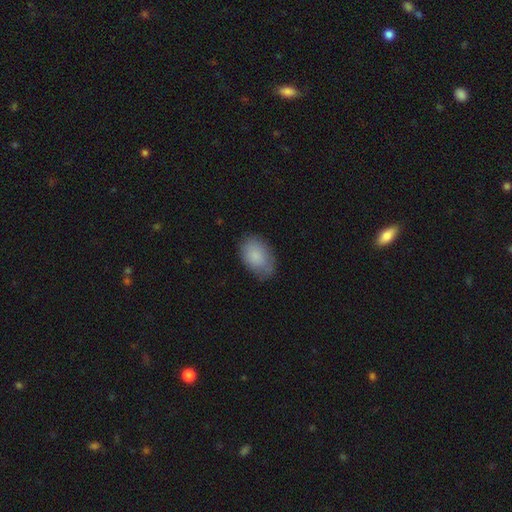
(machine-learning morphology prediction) Smooth or featured?
  - smooth: 83% *
  - featured or disk: 10%
  - star or artifact: 7%
How rounded?
  - in between: 87% *
  - round: 12%
  - cigar-shaped: 1%
Merging?
  - none: 68% *
  - minor disturbance: 25%
  - major disturbance: 6%
  - merger: 1%